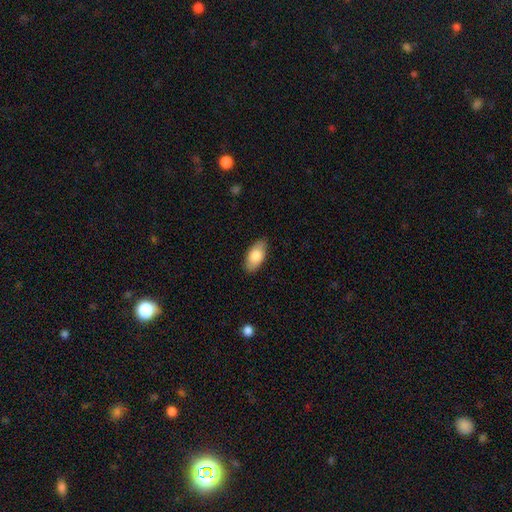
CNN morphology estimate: This appears to be a smooth galaxy with no disk features (82%) that is in between round and cigar-shaped (93%). Merging: none (86%).